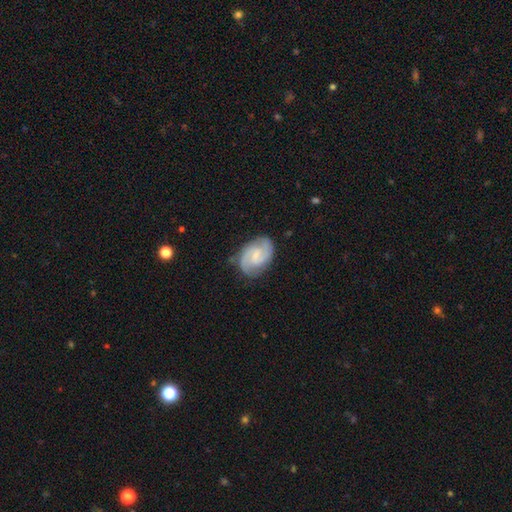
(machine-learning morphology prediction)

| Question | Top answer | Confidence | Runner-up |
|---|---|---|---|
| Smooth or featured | featured or disk | 80% | smooth (14%) |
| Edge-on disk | no | 98% | yes (2%) |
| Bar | weak | 56% | no (32%) |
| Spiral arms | yes | 96% | no (4%) |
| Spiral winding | medium | 51% | tight (35%) |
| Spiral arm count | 2 | 83% | can't tell (7%) |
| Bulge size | small | 53% | none (23%) |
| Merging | none | 77% | minor disturbance (17%) |